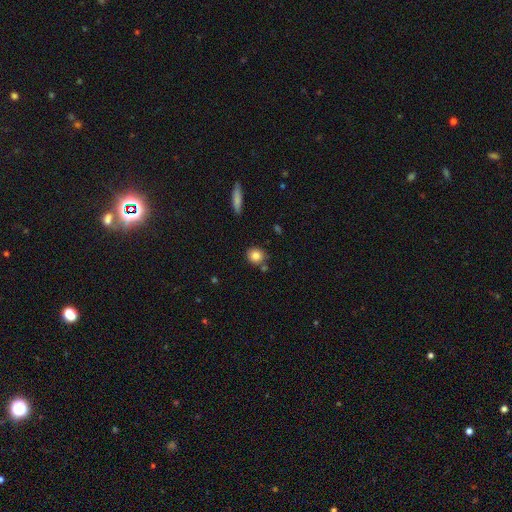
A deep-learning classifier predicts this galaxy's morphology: smooth_or_featured: smooth (p=0.81) [alt: star or artifact p=0.10]
how_rounded: round (p=0.84) [alt: in between p=0.14]
merging: none (p=0.78) [alt: minor disturbance p=0.10]